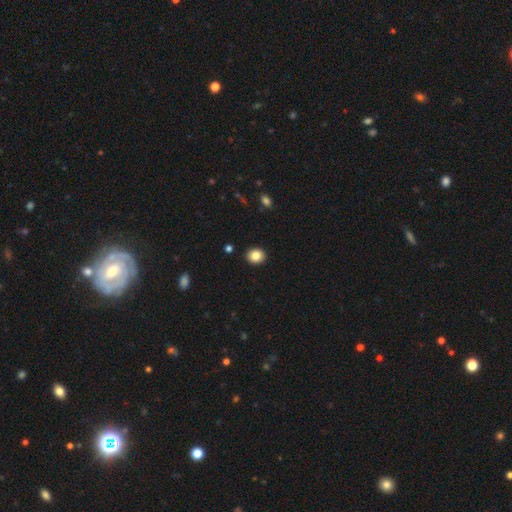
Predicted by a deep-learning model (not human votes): Smooth or featured: smooth — 85% (star or artifact — 9%)
How rounded: round — 64% (in between — 35%)
Merging: none — 92% (minor disturbance — 6%)